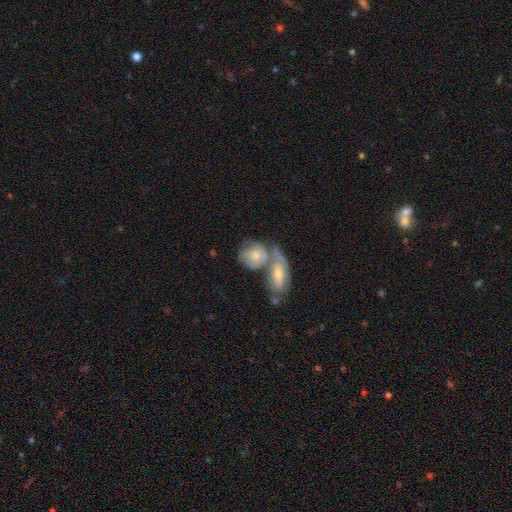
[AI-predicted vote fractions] A smooth galaxy with no disk features (57%) that is in between round and cigar-shaped (50%).

Vote fractions:
- Smooth or featured? smooth: 57% / featured or disk: 37% / star or artifact: 6%
- How rounded? in between: 50% / round: 46% / cigar-shaped: 4%
- Merging? merger: 58% / none: 24% / minor disturbance: 11% / major disturbance: 7%